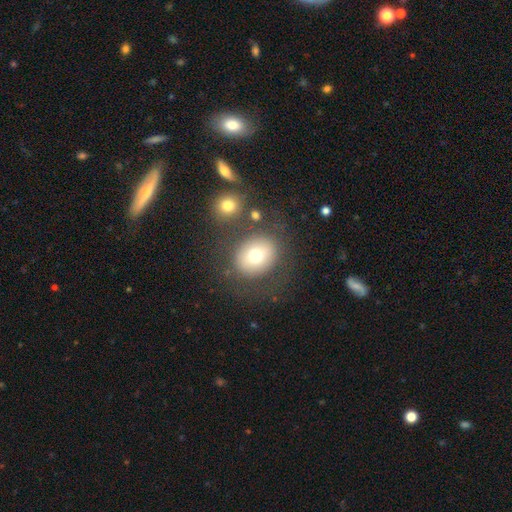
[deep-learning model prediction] Smooth or featured: smooth — 73% (featured or disk — 16%)
How rounded: round — 67% (in between — 32%)
Merging: none — 71% (minor disturbance — 12%)